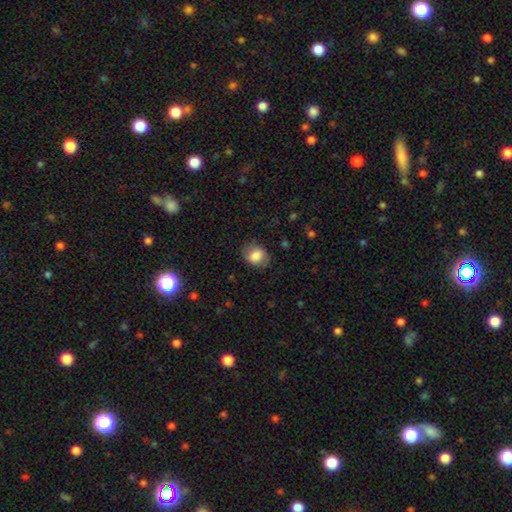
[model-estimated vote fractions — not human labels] Morphology: type=smooth (79%); roundness=round (52%); merging=none (75%).